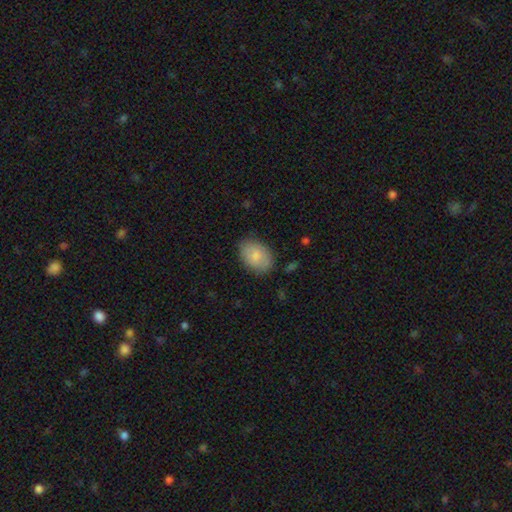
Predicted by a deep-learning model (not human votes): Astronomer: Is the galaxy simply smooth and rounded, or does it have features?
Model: smooth — 82%.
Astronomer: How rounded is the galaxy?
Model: in between — 82%.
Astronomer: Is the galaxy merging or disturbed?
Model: none — 81%.